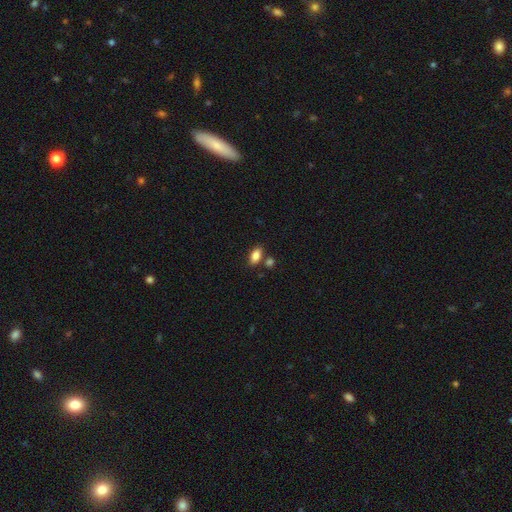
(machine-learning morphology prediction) This appears to be a smooth galaxy with no disk features (85%) that is in between round and cigar-shaped (90%). Merging: none (73%).